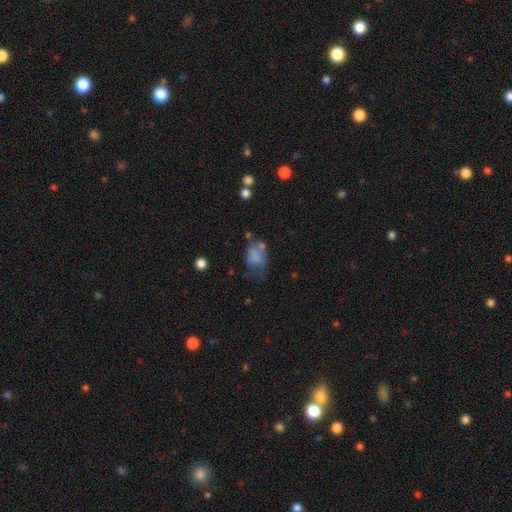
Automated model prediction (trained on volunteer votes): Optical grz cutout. It shows a smooth galaxy with no disk features (66%) that is in between round and cigar-shaped (74%). Merging: major disturbance (30%).